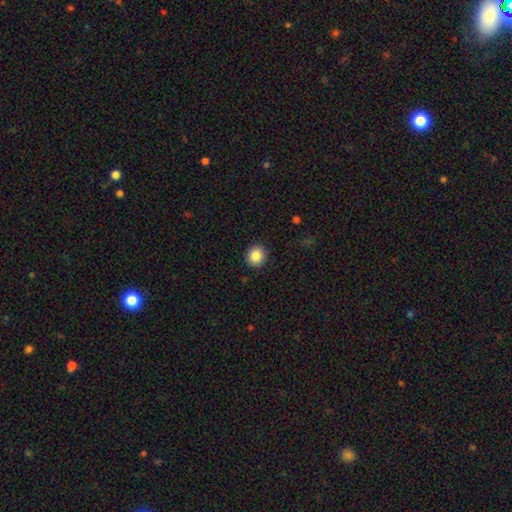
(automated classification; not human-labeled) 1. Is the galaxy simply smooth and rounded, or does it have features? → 86% smooth, 9% star or artifact, 5% featured or disk.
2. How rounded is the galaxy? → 84% round, 15% in between, 1% cigar-shaped.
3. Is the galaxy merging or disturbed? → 91% none, 6% minor disturbance, 2% major disturbance, 1% merger.